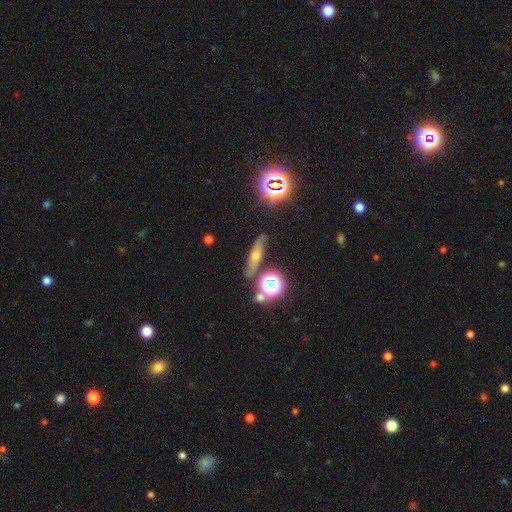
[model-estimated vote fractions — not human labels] This appears to be a smooth galaxy with no disk features (40%). Merging: none (78%).